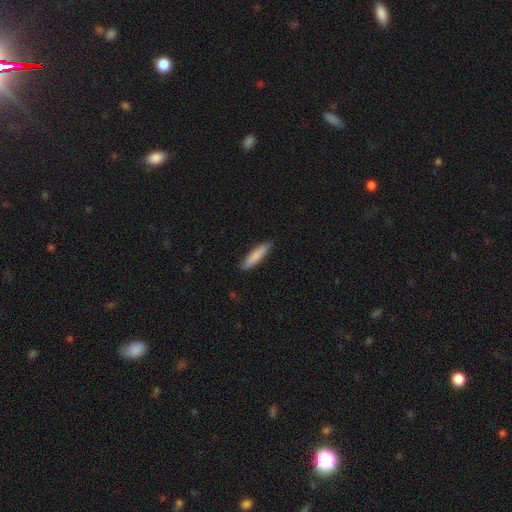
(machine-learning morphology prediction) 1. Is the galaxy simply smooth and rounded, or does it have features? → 86% smooth, 9% featured or disk, 5% star or artifact.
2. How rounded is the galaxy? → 78% cigar-shaped, 21% in between, 1% round.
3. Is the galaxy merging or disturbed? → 89% none, 8% minor disturbance, 2% major disturbance, 1% merger.